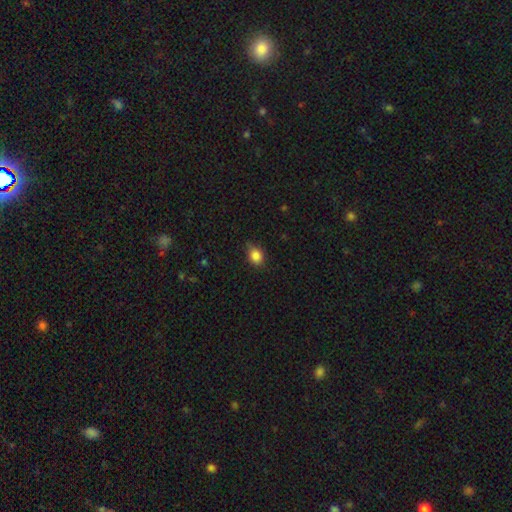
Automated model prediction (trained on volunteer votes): Smooth or featured? Predicted: smooth (p=0.85). How rounded? Predicted: round (p=0.54). Merging? Predicted: none (p=0.73).